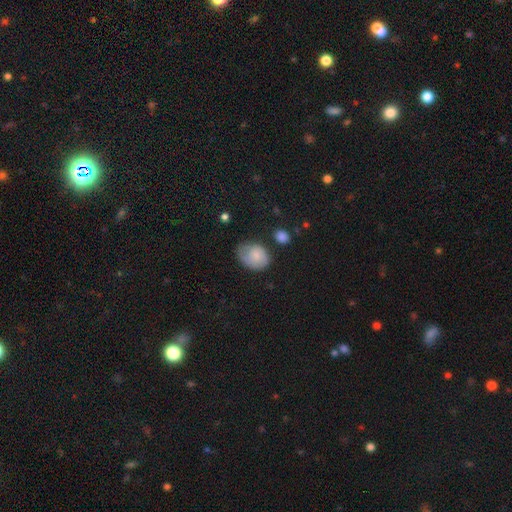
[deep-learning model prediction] The model was most divided on "merging": none: 44%, minor disturbance: 37%, major disturbance: 15%, merger: 3%. More confident: smooth or featured — smooth (73%); how rounded — in between (64%).